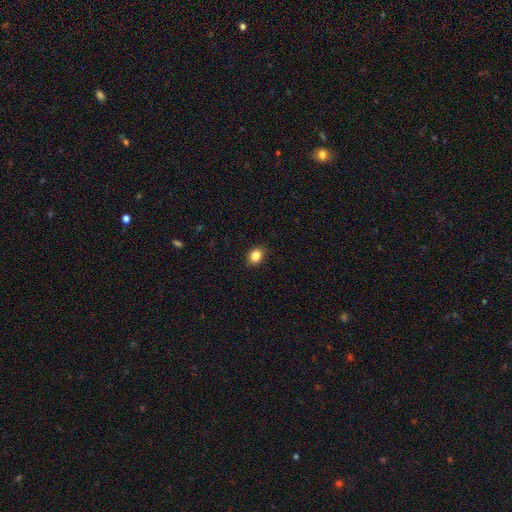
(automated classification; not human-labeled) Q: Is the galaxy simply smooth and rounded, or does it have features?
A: smooth — 85%.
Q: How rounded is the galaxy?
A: in between — 58%.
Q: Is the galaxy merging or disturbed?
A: none — 90%.